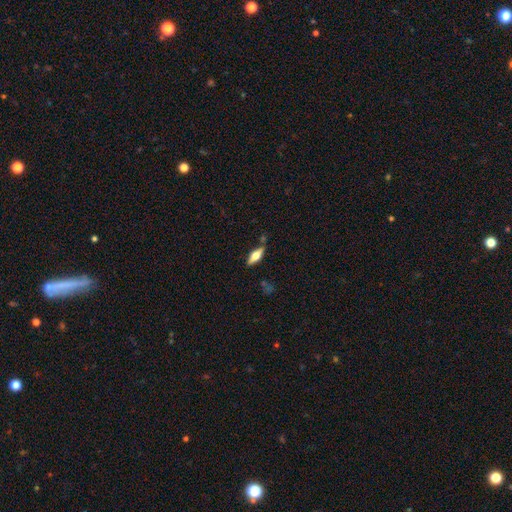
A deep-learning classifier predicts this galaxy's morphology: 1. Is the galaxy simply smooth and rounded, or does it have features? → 48% featured or disk, 45% smooth, 7% star or artifact.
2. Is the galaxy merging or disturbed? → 78% none, 14% minor disturbance, 5% merger, 4% major disturbance.